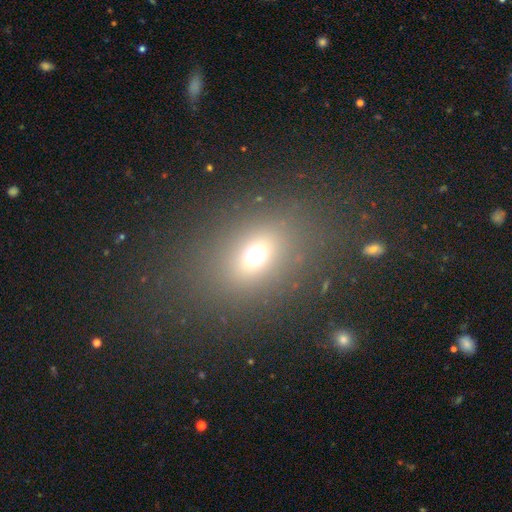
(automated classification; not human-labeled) Smooth or featured: smooth — 66% (star or artifact — 22%)
How rounded: in between — 54% (round — 43%)
Merging: none — 80% (minor disturbance — 10%)